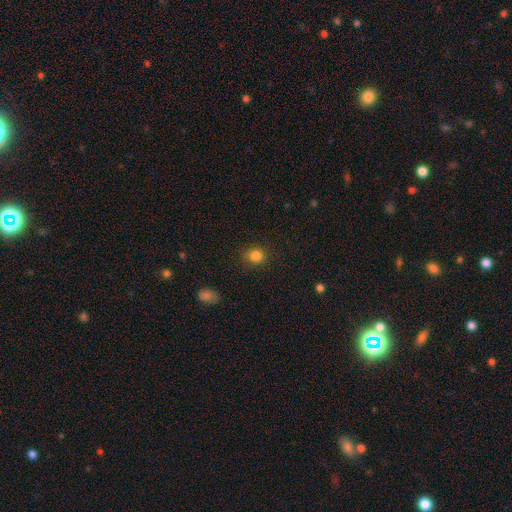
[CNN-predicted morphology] smooth 84%, star or artifact 12%, featured or disk 4%. Down the decision tree: how rounded — round (84%); merging — none (84%).